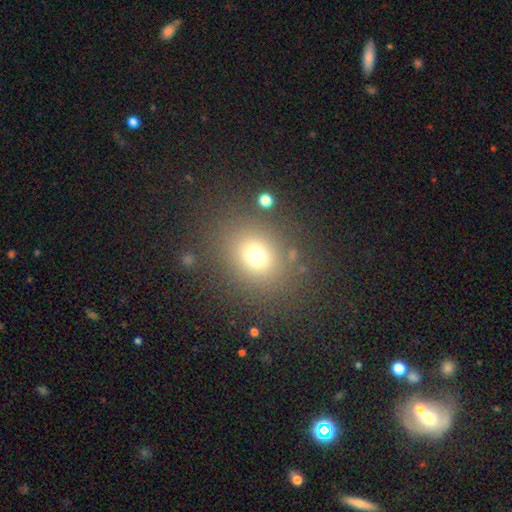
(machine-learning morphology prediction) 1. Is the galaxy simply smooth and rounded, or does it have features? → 71% smooth, 19% star or artifact, 10% featured or disk.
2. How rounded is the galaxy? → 71% round, 28% in between, 1% cigar-shaped.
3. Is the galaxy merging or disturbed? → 81% none, 9% minor disturbance, 6% major disturbance, 4% merger.